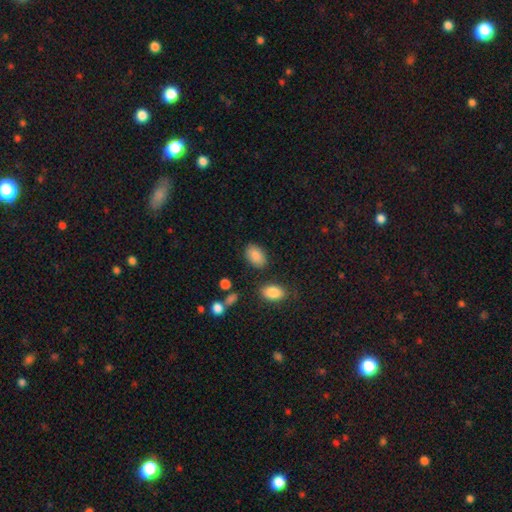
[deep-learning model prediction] This is clearly a smooth galaxy (87%). How rounded: clearly in between (89%). Merging: clearly none (82%).